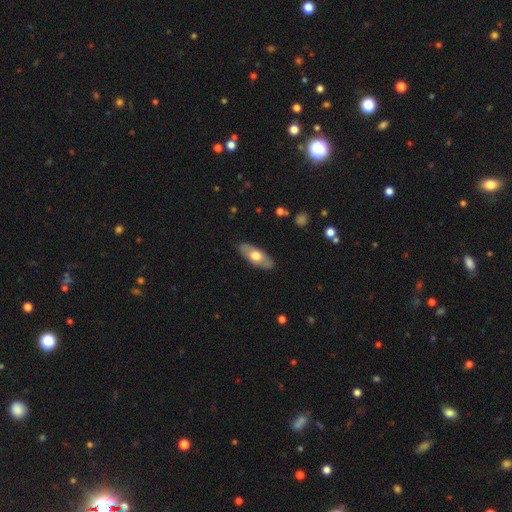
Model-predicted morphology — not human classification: type=smooth (58%); roundness=in between (80%); merging=none (86%).